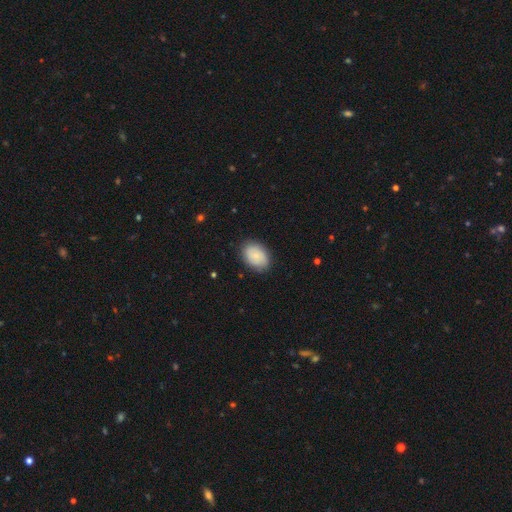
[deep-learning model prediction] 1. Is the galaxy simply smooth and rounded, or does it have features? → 73% smooth, 20% featured or disk, 7% star or artifact.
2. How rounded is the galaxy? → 81% in between, 18% round, 1% cigar-shaped.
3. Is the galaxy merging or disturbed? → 84% none, 12% minor disturbance, 3% major disturbance, 1% merger.